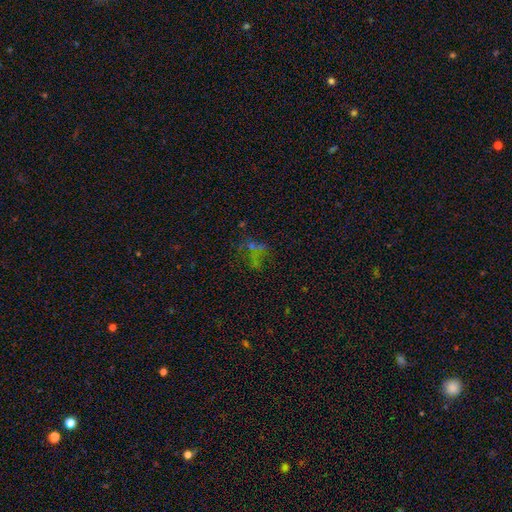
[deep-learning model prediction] Overall: star or artifact (45%; smooth 29%).